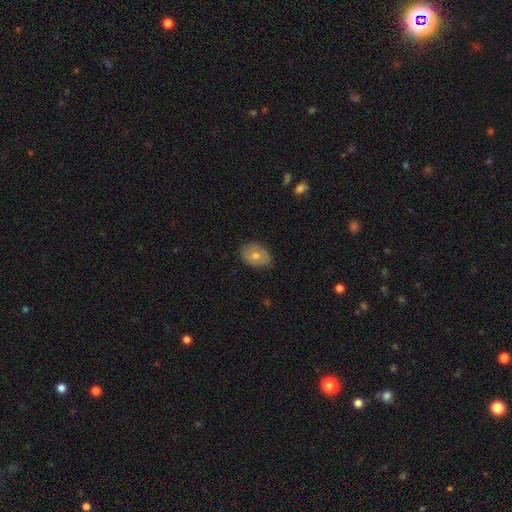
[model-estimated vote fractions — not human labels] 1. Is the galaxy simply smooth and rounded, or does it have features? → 66% smooth, 25% featured or disk, 9% star or artifact.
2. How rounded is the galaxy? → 76% in between, 22% round, 1% cigar-shaped.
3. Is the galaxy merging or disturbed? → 83% none, 13% minor disturbance, 2% major disturbance, 1% merger.